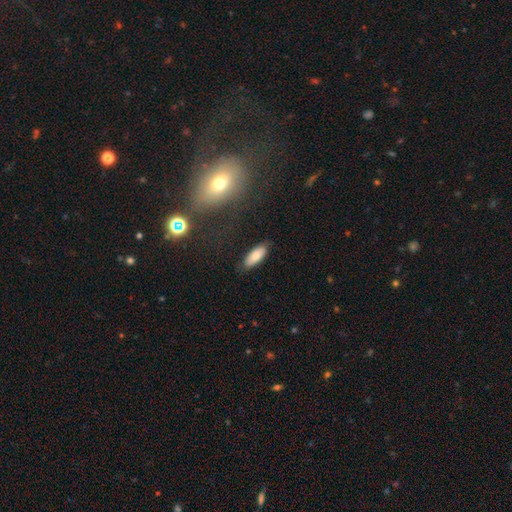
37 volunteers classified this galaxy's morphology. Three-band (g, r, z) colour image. It shows a smooth galaxy with no disk features (73%) that is in between round and cigar-shaped (70%). Merging: none (77%).